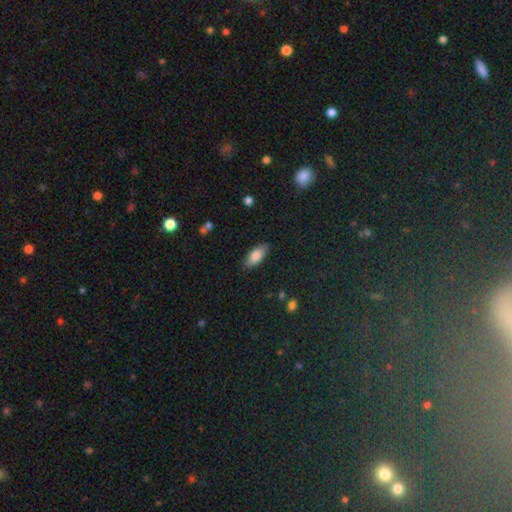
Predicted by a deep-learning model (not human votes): This is clearly a smooth galaxy (82%). How rounded: clearly in between (82%). Merging: clearly none (86%).